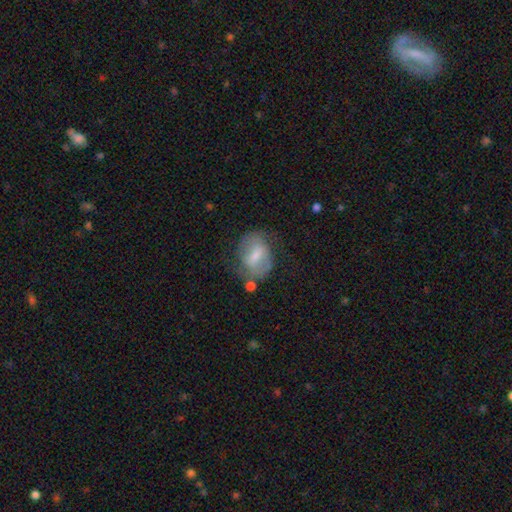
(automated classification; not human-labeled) The model was most divided on "smooth or featured": featured or disk: 50%, smooth: 43%, star or artifact: 7%. More confident: edge-on disk — no (95%); merging — none (57%).